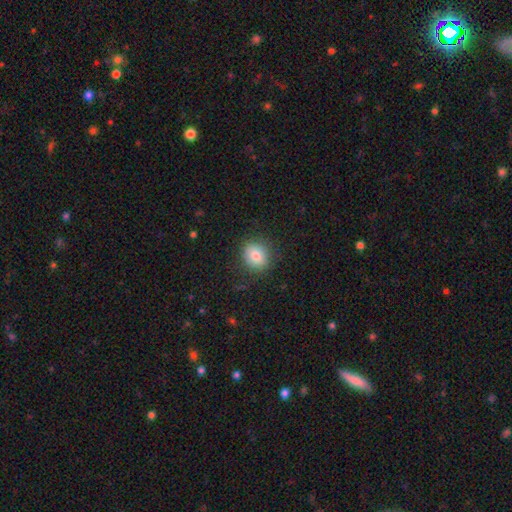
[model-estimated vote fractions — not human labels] Overall: smooth (79%). How rounded: round (76%). Merging: none (85%).